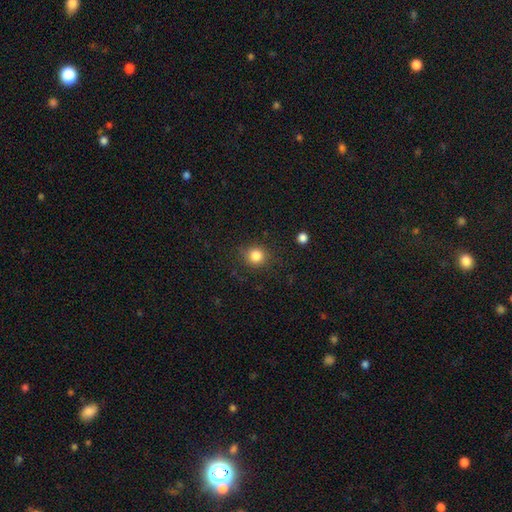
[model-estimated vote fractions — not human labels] Smooth or featured: smooth — 83% (star or artifact — 12%)
How rounded: round — 89% (in between — 10%)
Merging: none — 85% (minor disturbance — 10%)